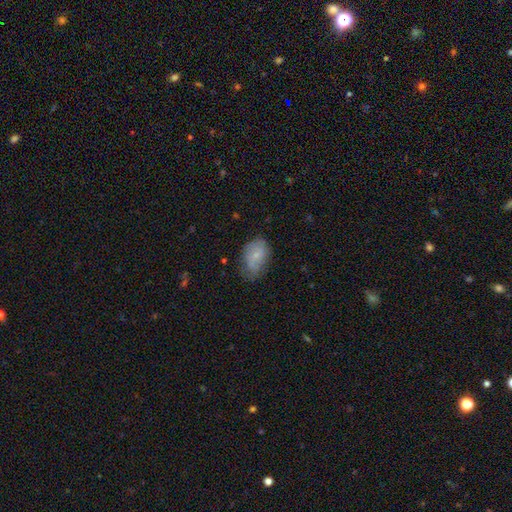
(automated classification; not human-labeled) A smooth galaxy with no disk features (70%) that is in between round and cigar-shaped (87%). Merging: none (55%).